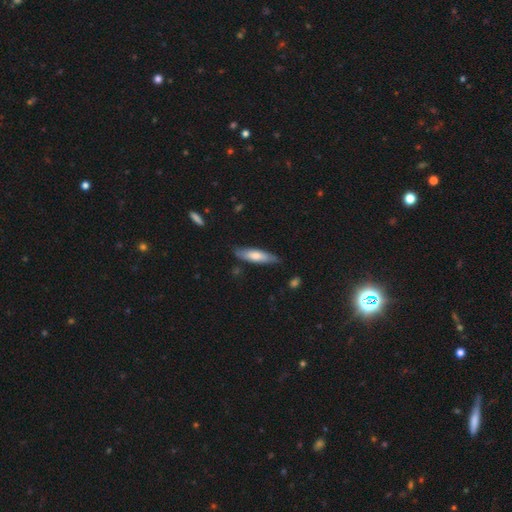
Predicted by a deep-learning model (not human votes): Smooth or featured? Predicted: smooth (p=0.67). How rounded? Predicted: cigar-shaped (p=0.66). Merging? Predicted: none (p=0.80).